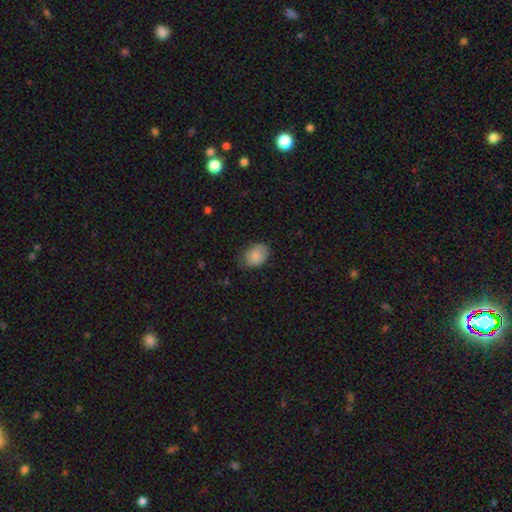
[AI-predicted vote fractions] A smooth galaxy with no disk features (86%) that is in between round and cigar-shaped (67%). Merging: none (71%).